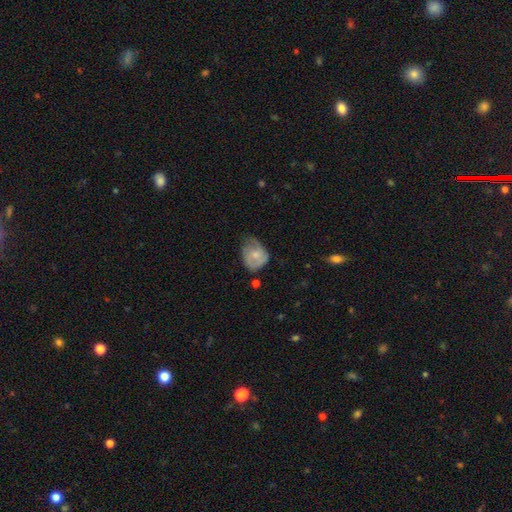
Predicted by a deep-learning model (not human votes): Smooth or featured: smooth — 50% (featured or disk — 44%)
Merging: minor disturbance — 41% (none — 37%)